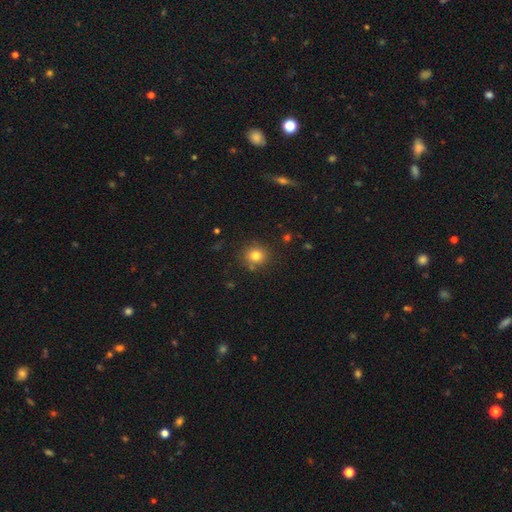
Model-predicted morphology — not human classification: smooth-or-featured: smooth: 80% | star or artifact: 12% | featured or disk: 8%
  how-rounded: round: 86% | in between: 13% | cigar-shaped: 1%
  merging: none: 83% | minor disturbance: 10% | merger: 4% | major disturbance: 3%